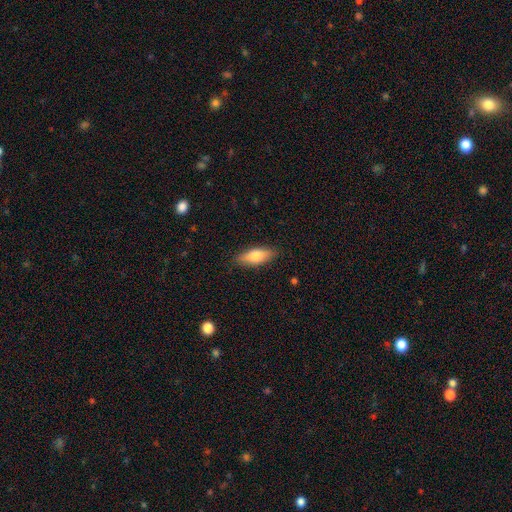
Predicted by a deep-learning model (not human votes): smooth 74%, featured or disk 20%, star or artifact 6%. Down the decision tree: how rounded — in between (68%); merging — none (87%).